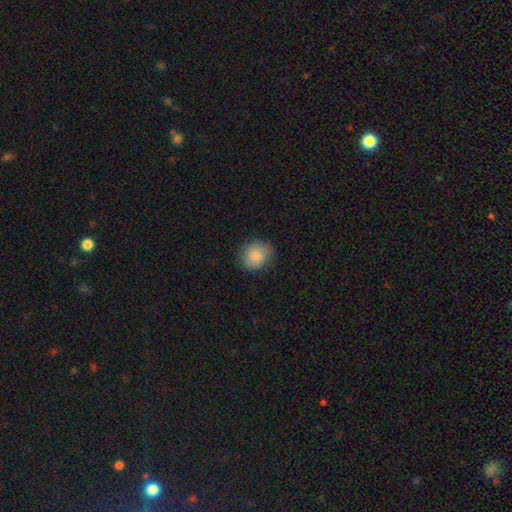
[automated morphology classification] smooth-or-featured: smooth: 85% | featured or disk: 8% | star or artifact: 7%
  how-rounded: round: 76% | in between: 23% | cigar-shaped: 1%
  merging: none: 81% | minor disturbance: 15% | major disturbance: 3% | merger: 1%